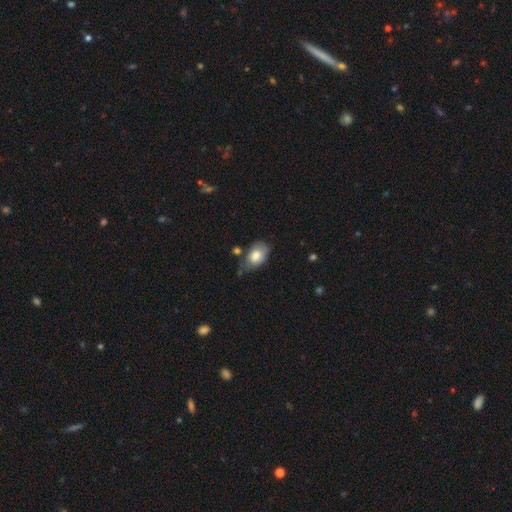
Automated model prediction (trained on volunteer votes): A smooth galaxy with no disk features (74%) that is in between round and cigar-shaped (88%).

Vote fractions:
- Smooth or featured? smooth: 74% / featured or disk: 19% / star or artifact: 7%
- How rounded? in between: 88% / round: 10% / cigar-shaped: 1%
- Merging? none: 50% / minor disturbance: 34% / major disturbance: 10% / merger: 7%